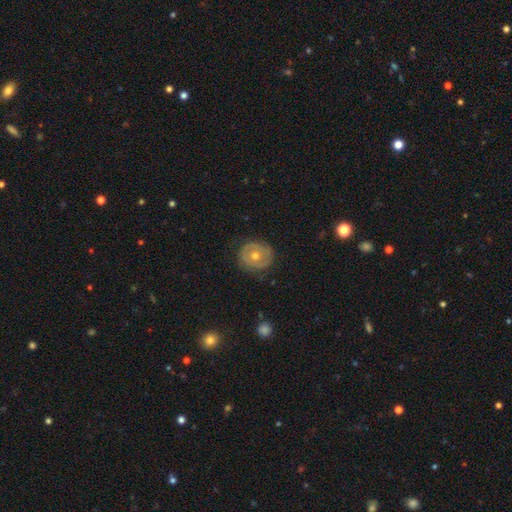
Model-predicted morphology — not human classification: A featured or disk galaxy (52%) with no bar (87%), no spiral arms (70%) and a moderate central bulge (73%).

Vote fractions:
- Smooth or featured? featured or disk: 52% / smooth: 40% / star or artifact: 7%
- Edge-on disk? no: 96% / yes: 4%
- Bar? no: 87% / weak: 10% / strong: 3%
- Spiral arms? no: 70% / yes: 30%
- Bulge size? moderate: 73% / small: 23% / large: 3% / none: 1% / dominant: 1%
- Merging? none: 83% / minor disturbance: 12% / major disturbance: 3% / merger: 1%